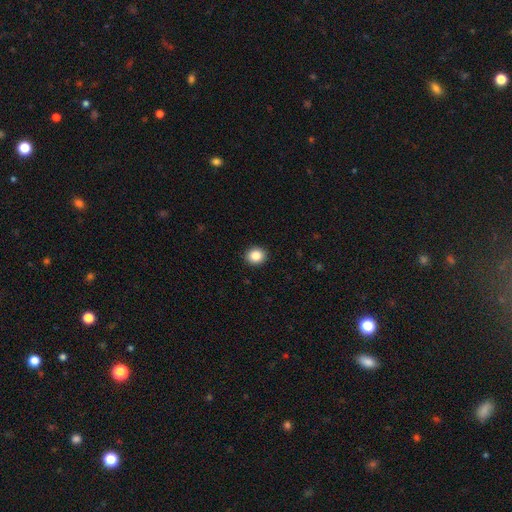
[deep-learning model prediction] smooth_or_featured: smooth (p=0.87) [alt: star or artifact p=0.09]
how_rounded: round (p=0.76) [alt: in between p=0.23]
merging: none (p=0.92) [alt: minor disturbance p=0.06]